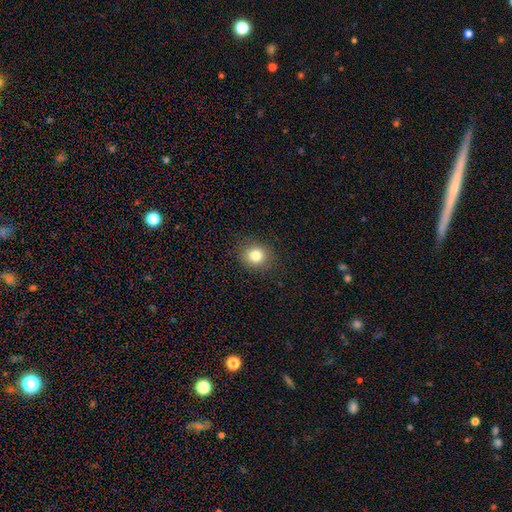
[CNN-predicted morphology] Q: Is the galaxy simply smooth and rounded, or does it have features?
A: smooth — 81%.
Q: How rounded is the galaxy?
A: round — 79%.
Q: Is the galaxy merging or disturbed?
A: none — 88%.